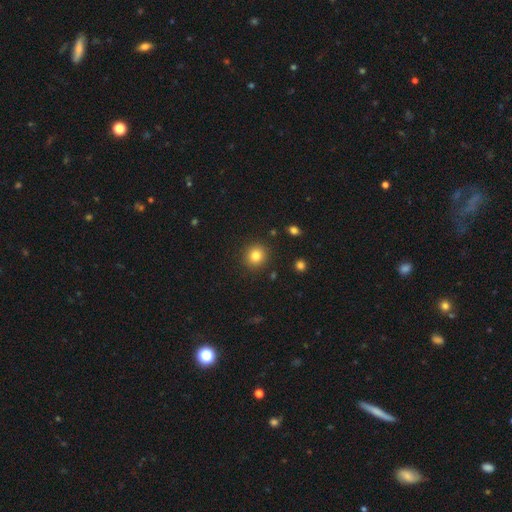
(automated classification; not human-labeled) A smooth galaxy with no disk features (82%) that is round (90%). Merging: none (90%).